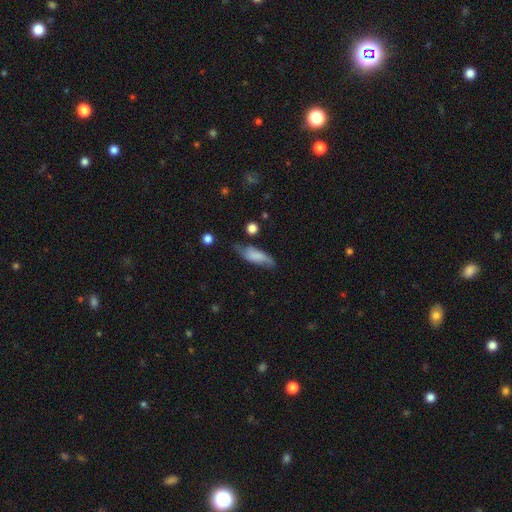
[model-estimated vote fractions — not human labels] Smooth or featured? smooth (61%)
How rounded? in between (62%)
Merging? none (55%)